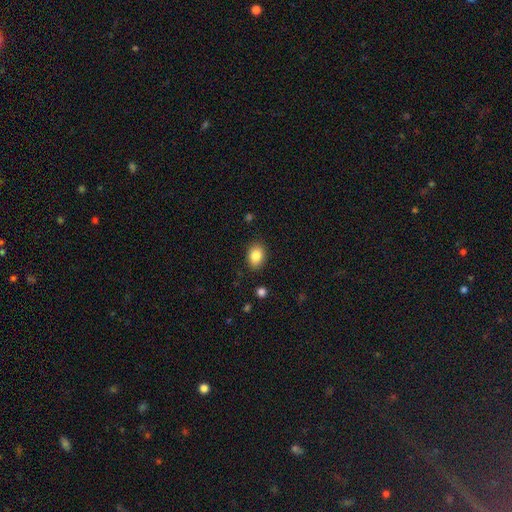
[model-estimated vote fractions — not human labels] Smooth or featured?
  - smooth: 85% *
  - star or artifact: 9%
  - featured or disk: 6%
How rounded?
  - in between: 68% *
  - round: 31%
  - cigar-shaped: 1%
Merging?
  - none: 88% *
  - minor disturbance: 9%
  - major disturbance: 2%
  - merger: 1%